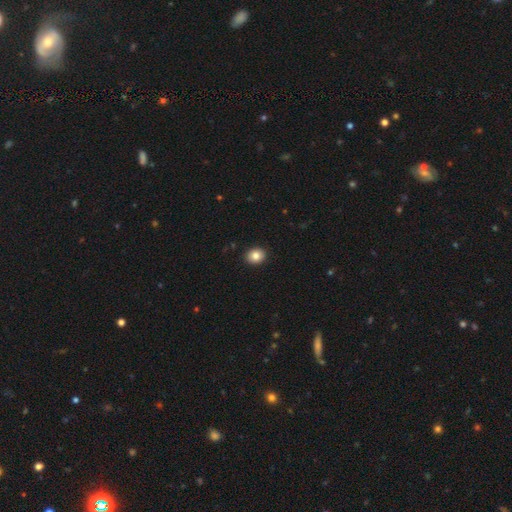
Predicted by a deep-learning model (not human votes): A smooth galaxy with no disk features (84%) that is round (57%). Merging: none (92%).